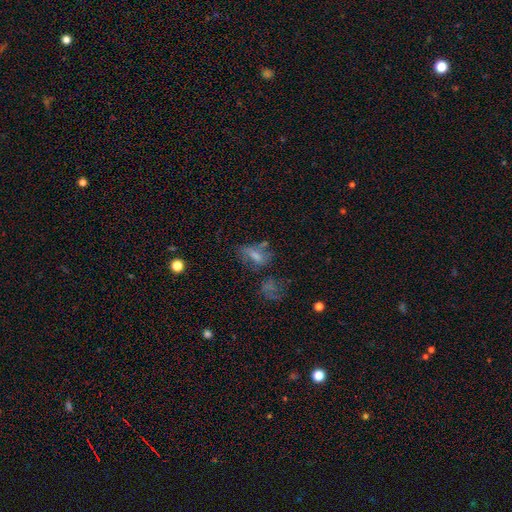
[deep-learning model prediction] This is possibly a smooth galaxy (55%). How rounded: clearly in between (80%). Merging: marginally none (41%).